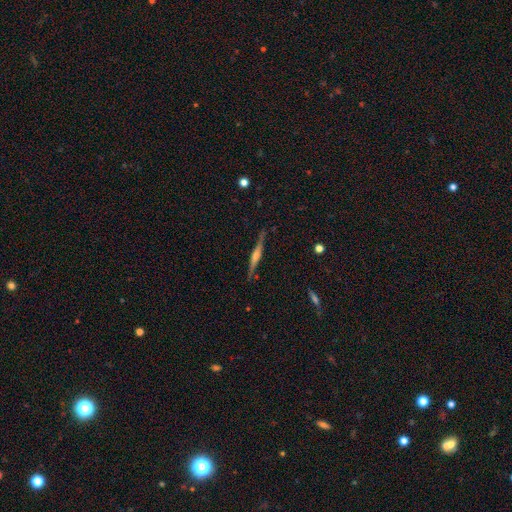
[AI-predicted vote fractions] This appears to be a featured or disk galaxy (74%) viewed edge-on (98%) with a rounded central bulge (68%). Merging: none (86%).